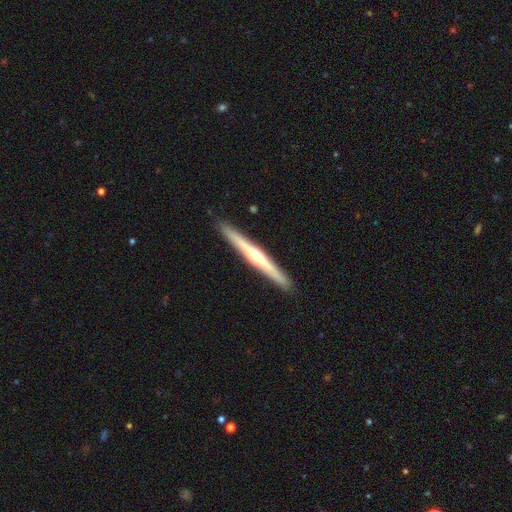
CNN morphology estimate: The model was most divided on "smooth or featured": featured or disk: 70%, smooth: 25%, star or artifact: 5%. More confident: edge-on disk — yes (98%); merging — none (92%); edge-on bulge — rounded (81%).